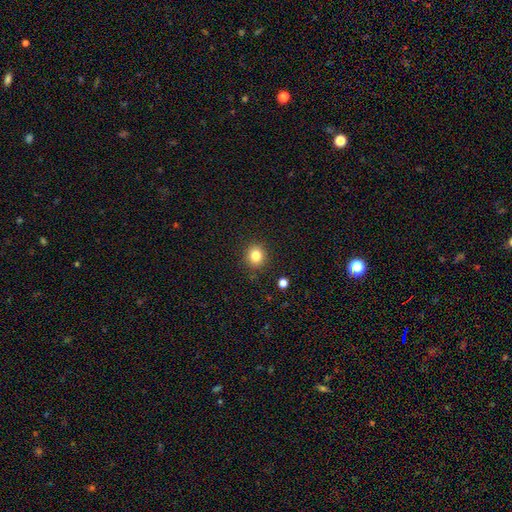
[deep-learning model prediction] A smooth galaxy with no disk features (83%) that is round (84%). Merging: none (89%).